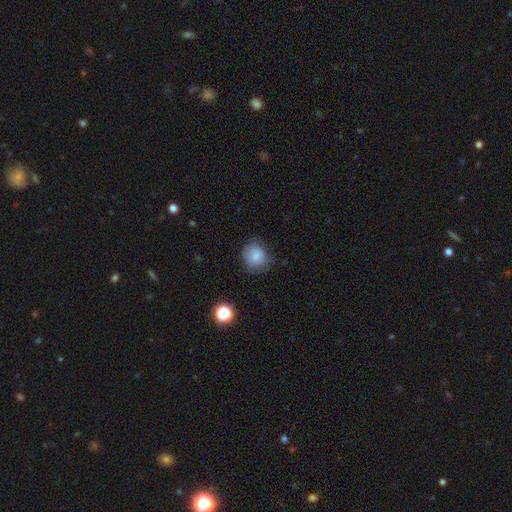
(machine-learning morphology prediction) Smooth or featured: smooth — 84% (star or artifact — 10%)
How rounded: round — 81% (in between — 18%)
Merging: none — 73% (minor disturbance — 20%)